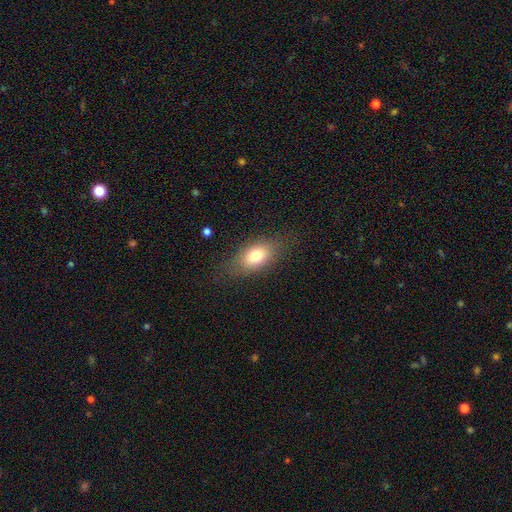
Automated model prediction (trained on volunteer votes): smooth 76%, featured or disk 15%, star or artifact 9%. Down the decision tree: how rounded — in between (85%); merging — none (75%).